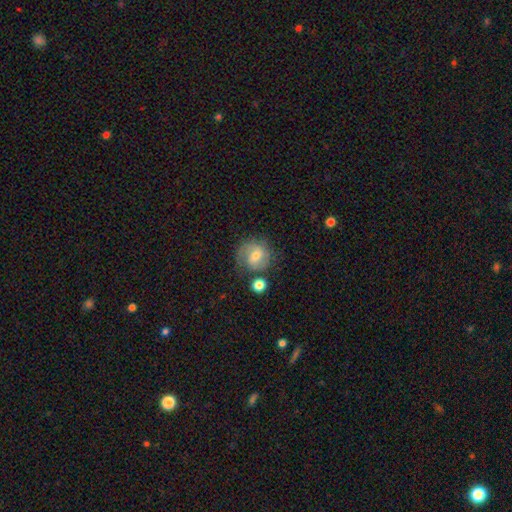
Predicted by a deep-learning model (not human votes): A smooth galaxy with no disk features (46%).

Vote fractions:
- Smooth or featured? smooth: 46% / featured or disk: 44% / star or artifact: 9%
- Merging? none: 61% / minor disturbance: 20% / major disturbance: 10% / merger: 9%